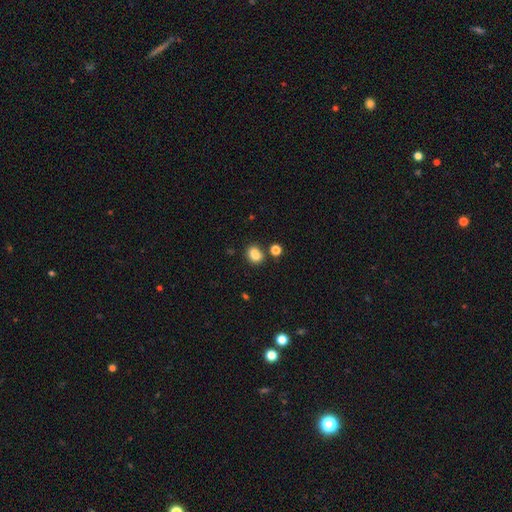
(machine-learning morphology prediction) Smooth or featured?
  - smooth: 84% *
  - star or artifact: 11%
  - featured or disk: 5%
How rounded?
  - in between: 58% *
  - round: 40%
  - cigar-shaped: 1%
Merging?
  - none: 74% *
  - minor disturbance: 12%
  - merger: 11%
  - major disturbance: 4%